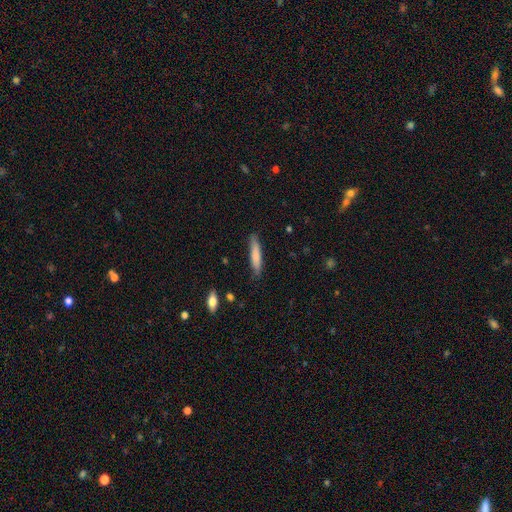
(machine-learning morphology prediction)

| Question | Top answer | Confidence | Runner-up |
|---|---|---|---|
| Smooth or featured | smooth | 79% | featured or disk (15%) |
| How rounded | cigar-shaped | 87% | in between (12%) |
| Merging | none | 84% | minor disturbance (13%) |